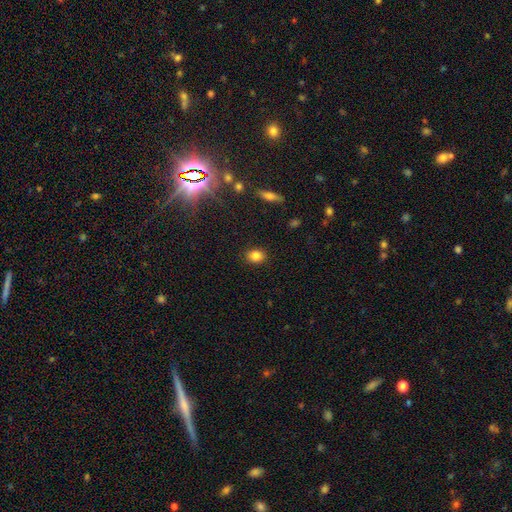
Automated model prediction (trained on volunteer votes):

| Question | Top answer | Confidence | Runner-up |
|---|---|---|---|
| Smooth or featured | smooth | 83% | star or artifact (11%) |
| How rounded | round | 51% | in between (48%) |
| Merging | none | 88% | minor disturbance (8%) |